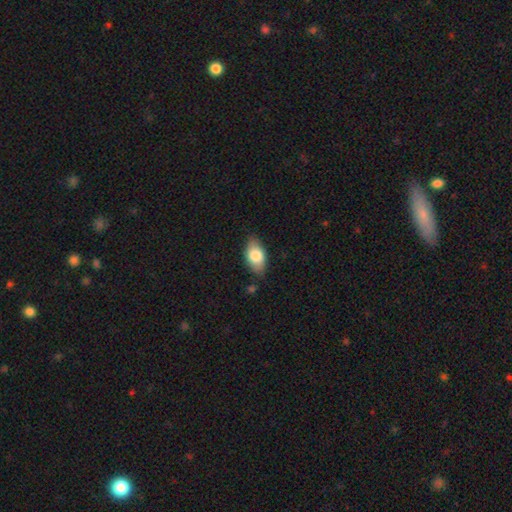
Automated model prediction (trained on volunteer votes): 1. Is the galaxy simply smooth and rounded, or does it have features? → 79% smooth, 15% featured or disk, 6% star or artifact.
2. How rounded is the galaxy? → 91% in between, 5% round, 3% cigar-shaped.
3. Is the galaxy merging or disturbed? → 78% none, 17% minor disturbance, 3% major disturbance, 2% merger.